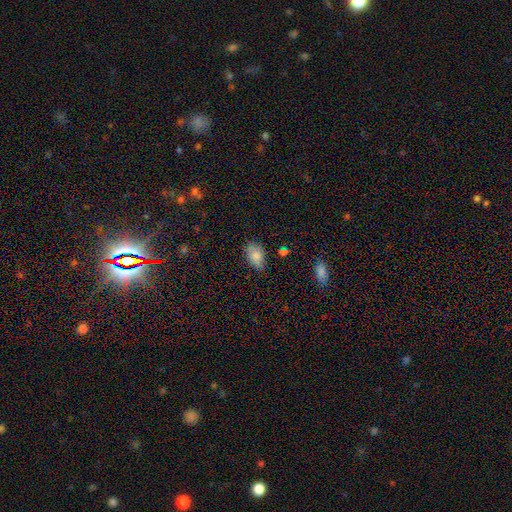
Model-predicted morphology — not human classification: smooth-or-featured: smooth: 82% | star or artifact: 9% | featured or disk: 9%
  how-rounded: in between: 88% | round: 10% | cigar-shaped: 2%
  merging: none: 68% | minor disturbance: 25% | major disturbance: 5% | merger: 2%